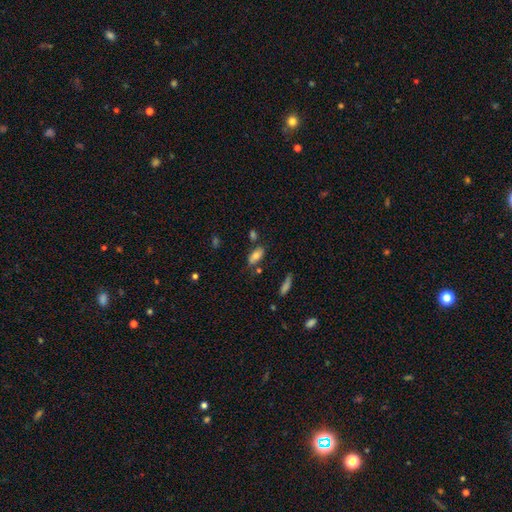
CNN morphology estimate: Smooth or featured?
  - smooth: 74% *
  - featured or disk: 18%
  - star or artifact: 8%
How rounded?
  - in between: 87% *
  - cigar-shaped: 9%
  - round: 3%
Merging?
  - none: 65% *
  - minor disturbance: 19%
  - merger: 10%
  - major disturbance: 5%